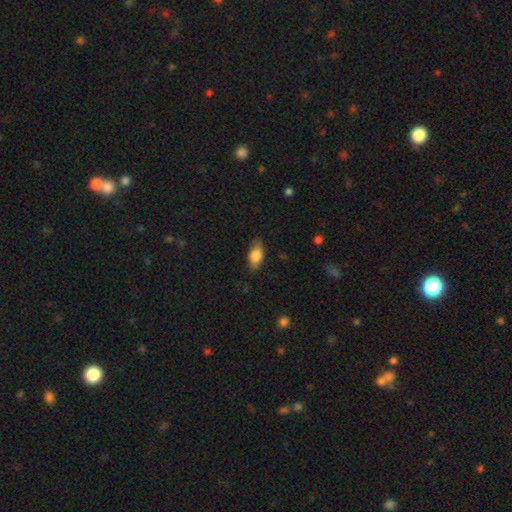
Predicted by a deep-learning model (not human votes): Smooth or featured: smooth — 79% (featured or disk — 14%)
How rounded: in between — 87% (cigar-shaped — 8%)
Merging: none — 81% (minor disturbance — 15%)